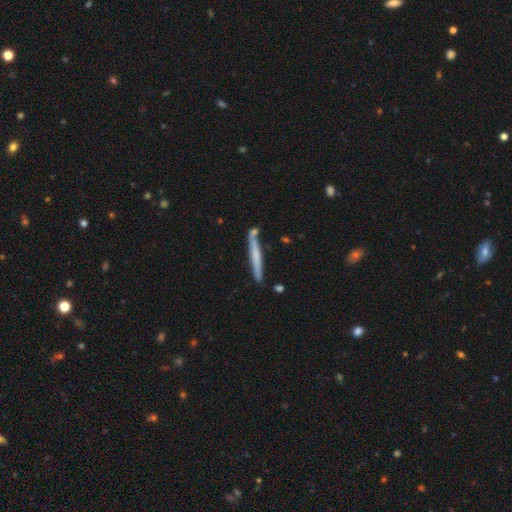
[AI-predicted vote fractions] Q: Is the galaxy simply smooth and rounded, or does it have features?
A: smooth — 52%.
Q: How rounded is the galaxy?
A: cigar-shaped — 96%.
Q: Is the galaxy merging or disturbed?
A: none — 78%.